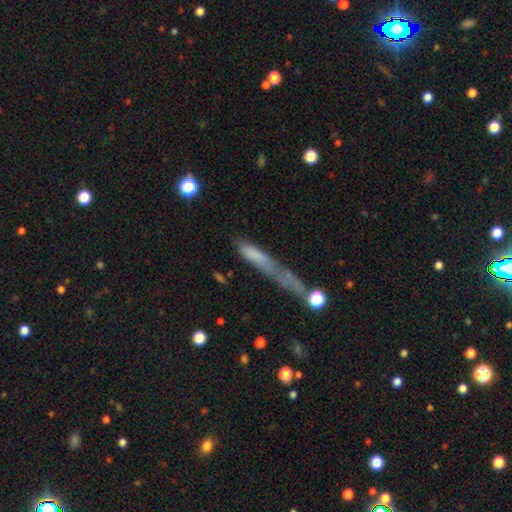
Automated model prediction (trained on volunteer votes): smooth 64%, featured or disk 24%, star or artifact 12%. Down the decision tree: how rounded — cigar-shaped (83%); merging — none (34%).